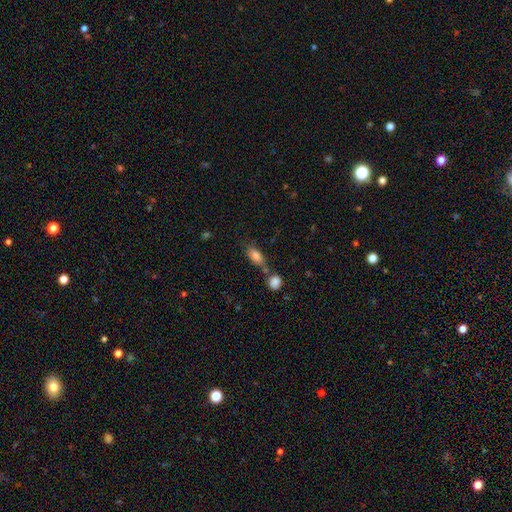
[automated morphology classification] Smooth or featured? smooth (80%)
How rounded? in between (82%)
Merging? none (58%)